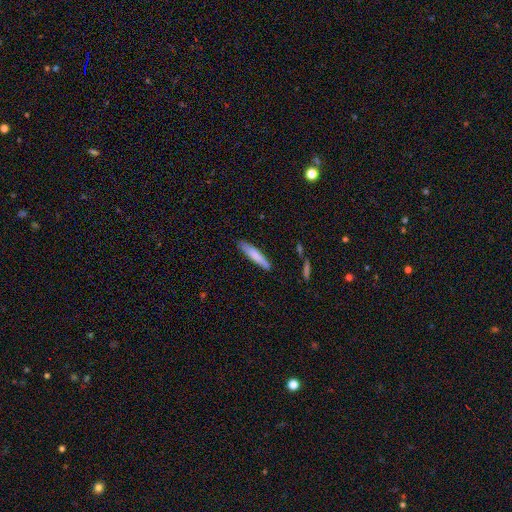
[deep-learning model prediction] Smooth or featured? smooth (77%)
How rounded? cigar-shaped (88%)
Merging? none (80%)